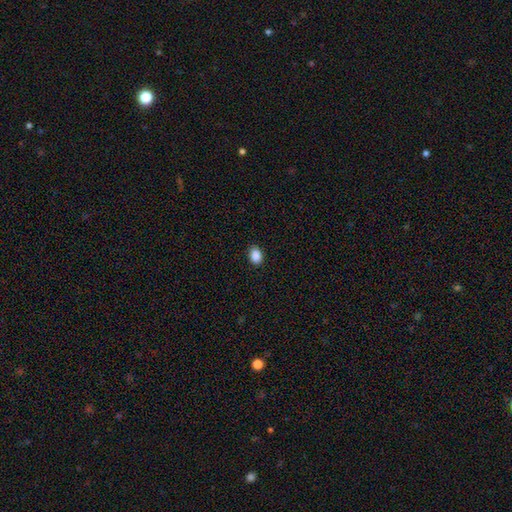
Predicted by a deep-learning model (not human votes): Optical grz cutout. It shows a smooth galaxy with no disk features (88%) that is in between round and cigar-shaped (70%). Merging: none (90%).